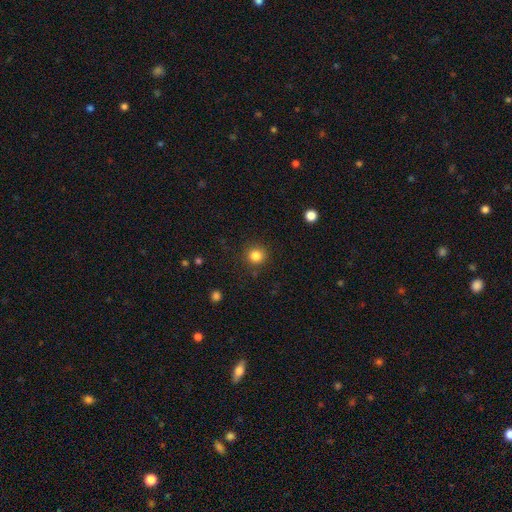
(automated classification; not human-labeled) A smooth galaxy with no disk features (84%) that is round (92%).

Vote fractions:
- Smooth or featured? smooth: 84% / star or artifact: 12% / featured or disk: 5%
- How rounded? round: 92% / in between: 7% / cigar-shaped: 1%
- Merging? none: 89% / minor disturbance: 7% / major disturbance: 3% / merger: 2%